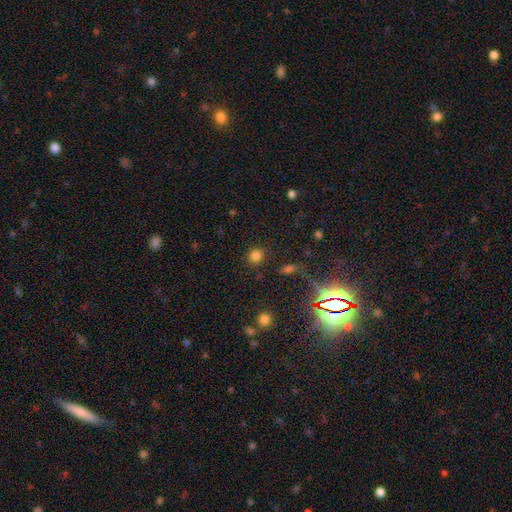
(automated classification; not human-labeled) smooth-or-featured: smooth: 77% | star or artifact: 17% | featured or disk: 5%
  how-rounded: round: 84% | in between: 14% | cigar-shaped: 1%
  merging: none: 85% | minor disturbance: 8% | major disturbance: 4% | merger: 3%